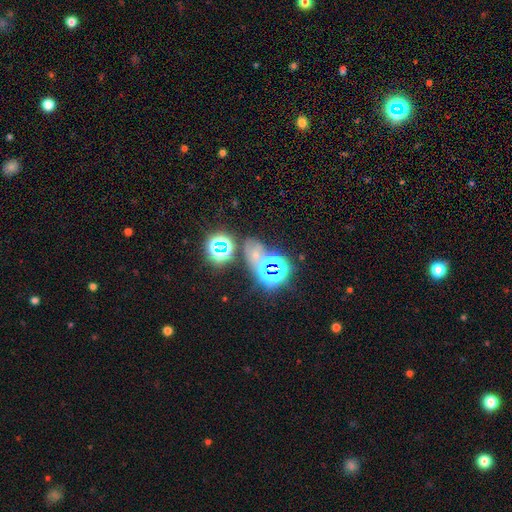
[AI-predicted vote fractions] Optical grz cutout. It shows a star or artifact, not a galaxy (62%).